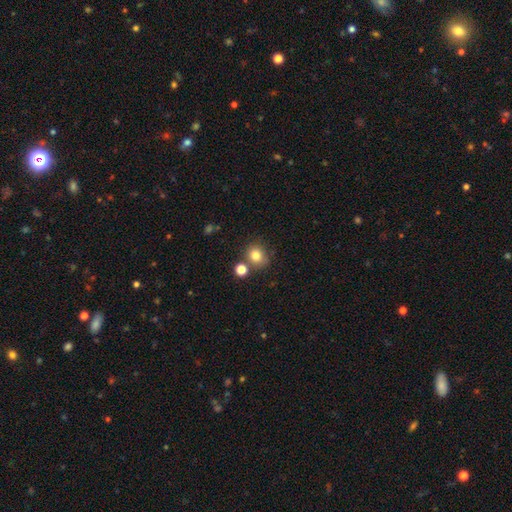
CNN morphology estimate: Smooth or featured? smooth (80%)
How rounded? round (78%)
Merging? none (71%)